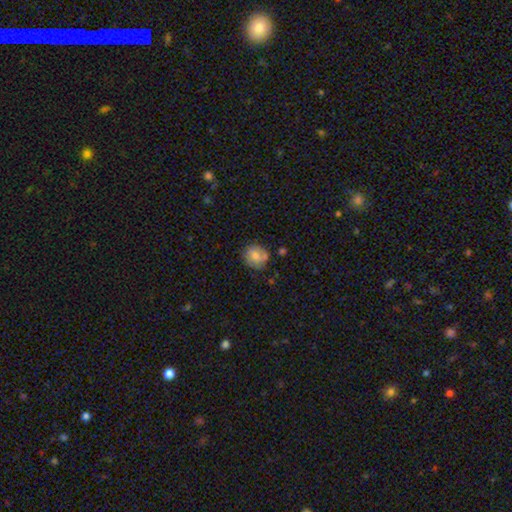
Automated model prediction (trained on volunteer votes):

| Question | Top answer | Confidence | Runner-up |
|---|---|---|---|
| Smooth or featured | smooth | 71% | featured or disk (20%) |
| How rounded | round | 81% | in between (18%) |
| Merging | none | 68% | minor disturbance (20%) |